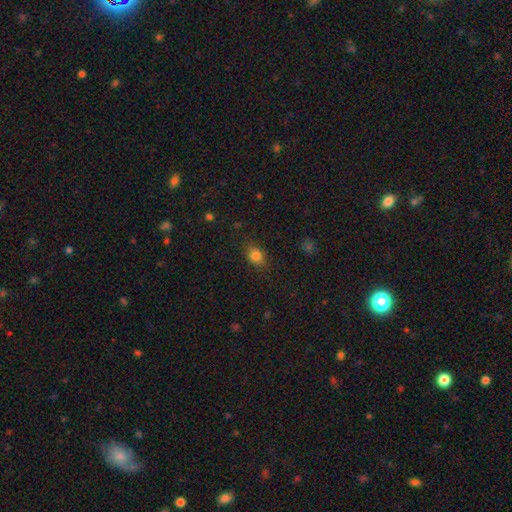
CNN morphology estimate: Q: Smooth or featured?
A: smooth (79%); runner-up: star or artifact (12%)
Q: How rounded?
A: in between (64%); runner-up: round (33%)
Q: Merging?
A: none (81%); runner-up: minor disturbance (14%)